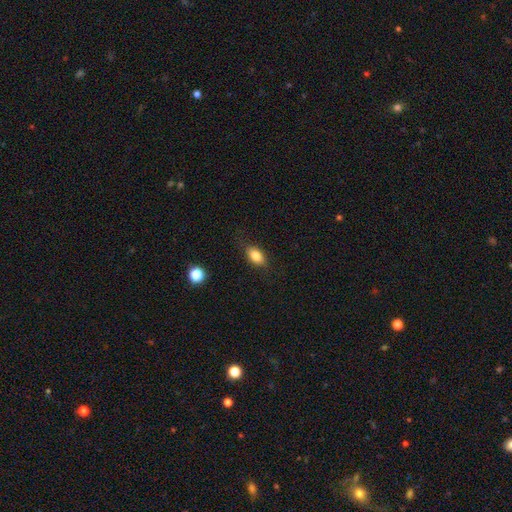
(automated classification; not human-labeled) This is clearly a smooth galaxy (83%). How rounded: clearly in between (87%). Merging: clearly none (82%).